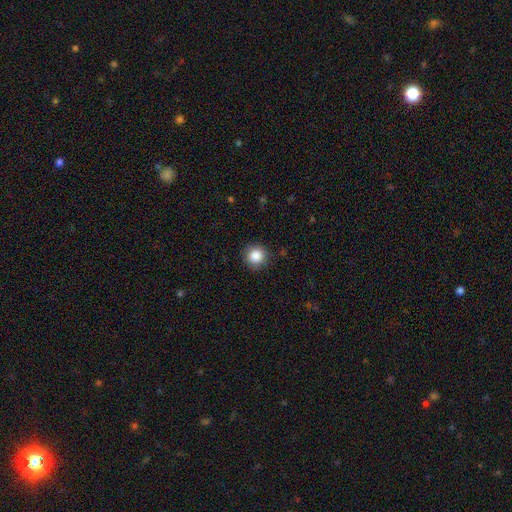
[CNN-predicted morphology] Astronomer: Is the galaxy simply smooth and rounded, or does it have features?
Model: smooth — 87%.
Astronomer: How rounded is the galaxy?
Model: round — 93%.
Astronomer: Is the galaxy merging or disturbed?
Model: none — 88%.